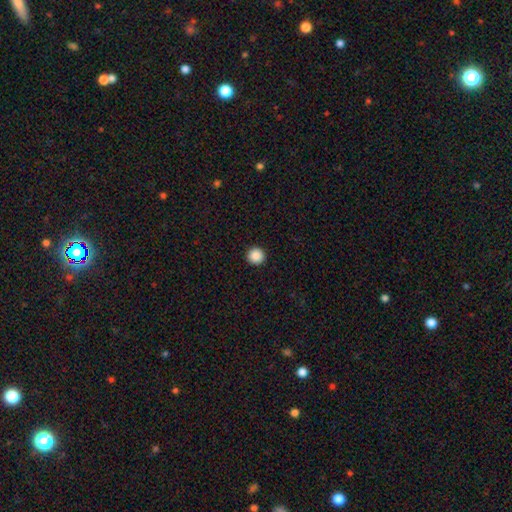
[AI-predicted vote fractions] Smooth or featured: smooth — 88% (star or artifact — 9%)
How rounded: round — 96% (in between — 3%)
Merging: none — 94% (minor disturbance — 4%)